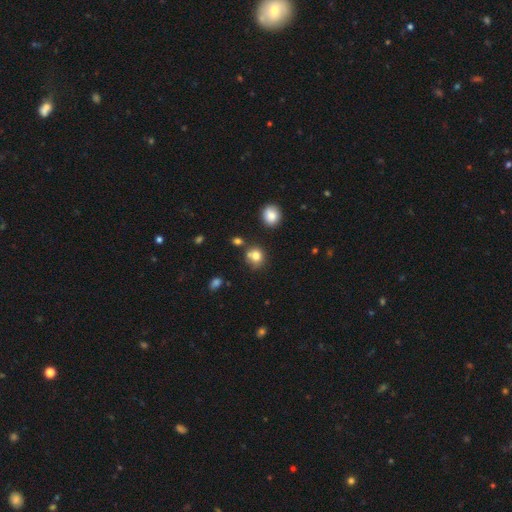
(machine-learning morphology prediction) This appears to be a smooth galaxy with no disk features (78%) that is round (77%). Merging: none (60%).